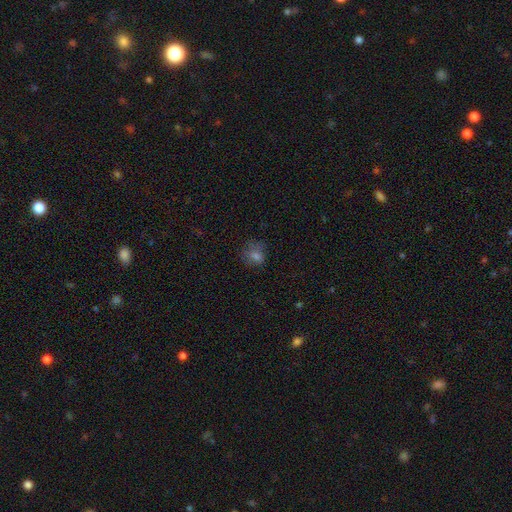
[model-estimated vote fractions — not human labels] Smooth or featured? Predicted: smooth (p=0.64). How rounded? Predicted: round (p=0.67). Merging? Predicted: none (p=0.63).